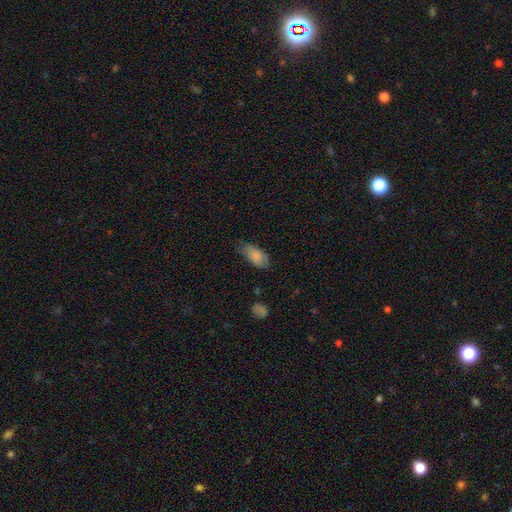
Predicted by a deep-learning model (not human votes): A smooth galaxy with no disk features (84%) that is in between round and cigar-shaped (91%).

Vote fractions:
- Smooth or featured? smooth: 84% / featured or disk: 9% / star or artifact: 7%
- How rounded? in between: 91% / cigar-shaped: 6% / round: 2%
- Merging? none: 67% / minor disturbance: 26% / major disturbance: 5% / merger: 2%